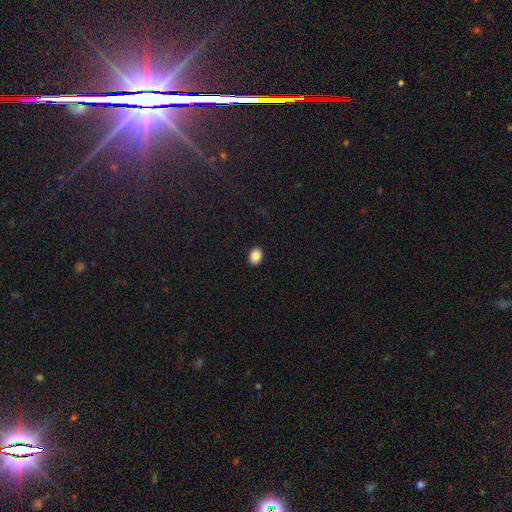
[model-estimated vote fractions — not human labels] Q: Smooth or featured?
A: smooth (87%); runner-up: star or artifact (9%)
Q: How rounded?
A: in between (64%); runner-up: round (35%)
Q: Merging?
A: none (91%); runner-up: minor disturbance (7%)